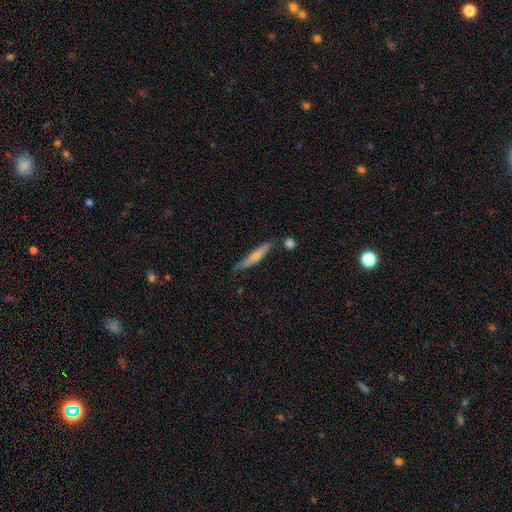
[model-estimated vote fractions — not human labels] This appears to be a smooth galaxy with no disk features (56%) that is cigar-shaped (92%). Merging: none (68%).